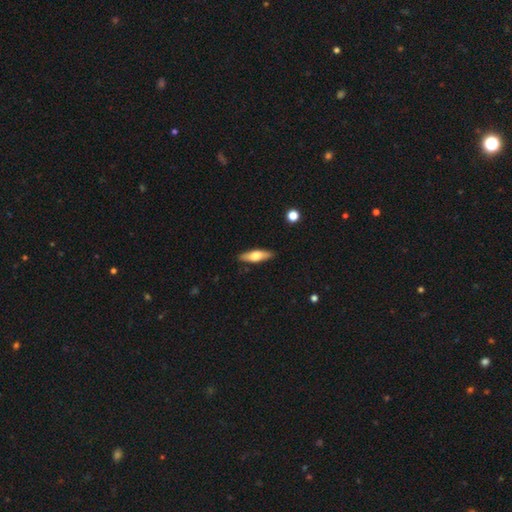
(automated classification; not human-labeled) Smooth or featured? Predicted: smooth (p=0.58). How rounded? Predicted: cigar-shaped (p=0.53). Merging? Predicted: none (p=0.88).